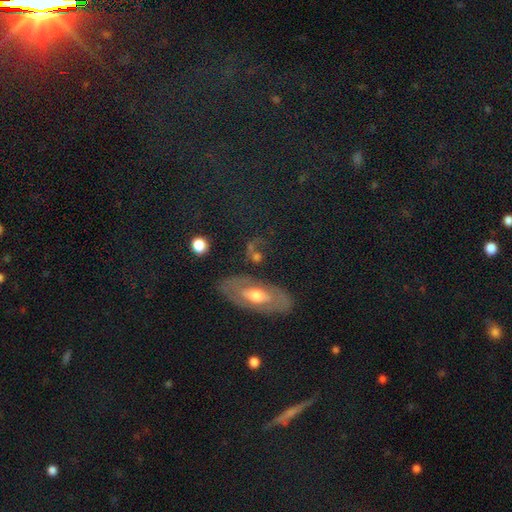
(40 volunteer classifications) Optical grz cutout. It shows a featured or disk galaxy (62%) with no bar (79%), no spiral arms (74%) and a moderate central bulge (68%). Merging: none (78%).